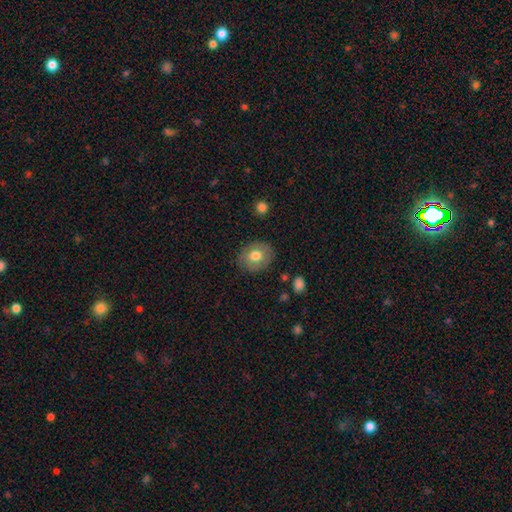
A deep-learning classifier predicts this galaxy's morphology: Smooth or featured? smooth (73%)
How rounded? round (60%)
Merging? none (85%)